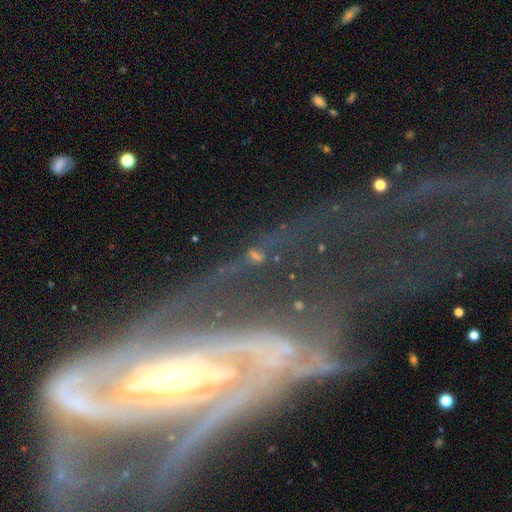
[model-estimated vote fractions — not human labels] Morphology: type=featured or disk (77%); edge-on=no (89%); bar=no (41%); spiral arms=yes (87%); winding=tight (46%); arm count=2 (35%); bulge=moderate (48%); merging=none (50%).